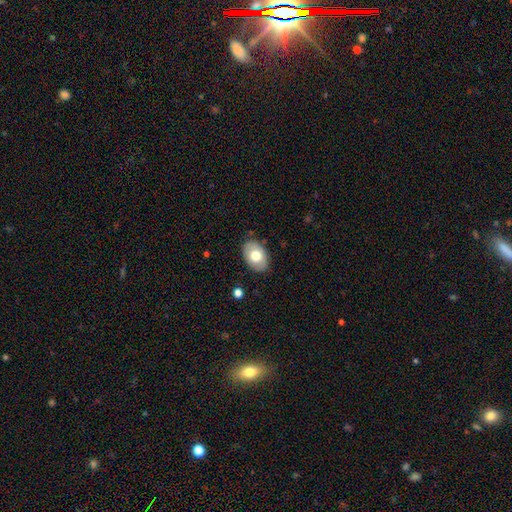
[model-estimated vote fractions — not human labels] This appears to be a smooth galaxy with no disk features (72%) that is in between round and cigar-shaped (86%). Merging: none (86%).